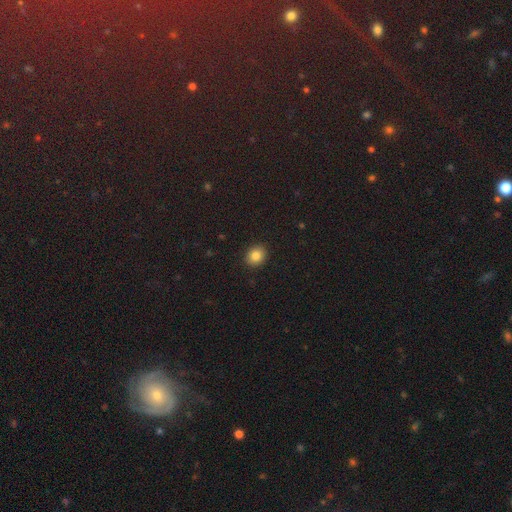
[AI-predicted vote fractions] A smooth galaxy with no disk features (84%) that is round (64%). Merging: none (91%).